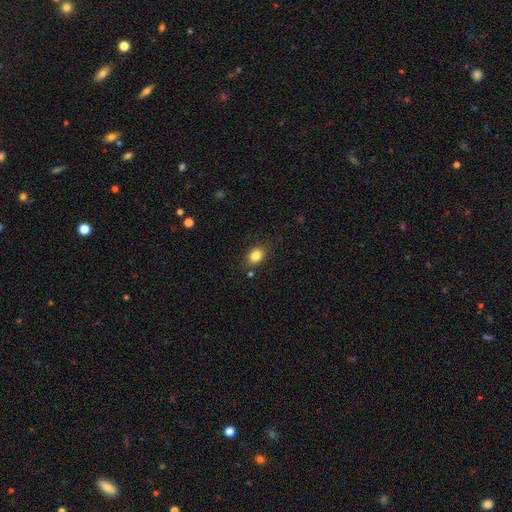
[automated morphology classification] Smooth or featured? Predicted: smooth (p=0.83). How rounded? Predicted: in between (p=0.63). Merging? Predicted: none (p=0.81).